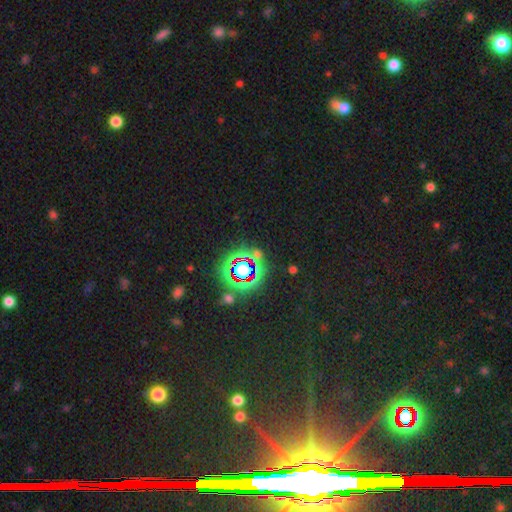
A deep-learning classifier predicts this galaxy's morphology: Smooth or featured? star or artifact (74%)